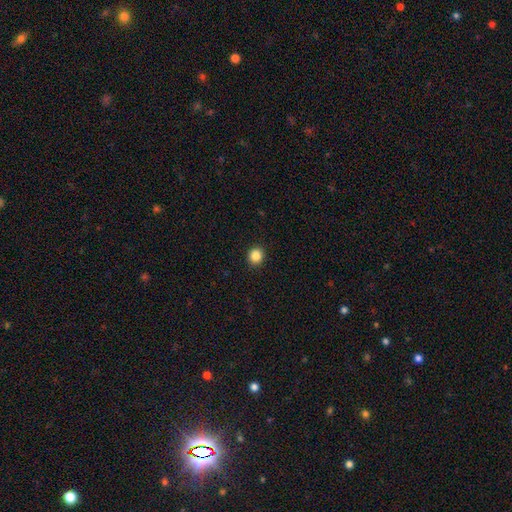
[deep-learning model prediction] Morphology: type=smooth (86%); roundness=round (88%); merging=none (93%).